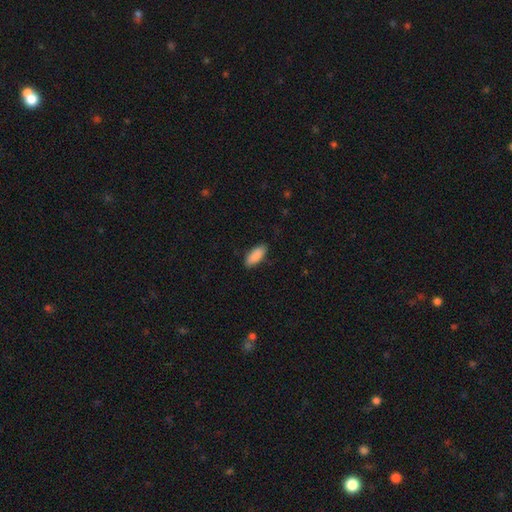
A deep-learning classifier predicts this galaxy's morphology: smooth-or-featured: smooth: 90% | star or artifact: 6% | featured or disk: 4%
  how-rounded: in between: 83% | cigar-shaped: 15% | round: 2%
  merging: none: 85% | minor disturbance: 12% | major disturbance: 2% | merger: 1%